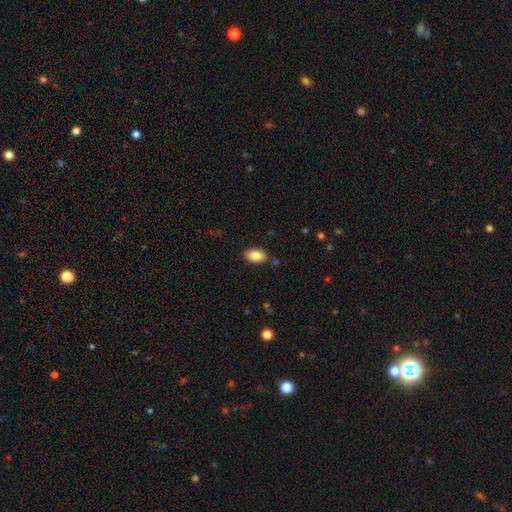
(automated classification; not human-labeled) A smooth galaxy with no disk features (85%) that is in between round and cigar-shaped (93%). Merging: none (85%).